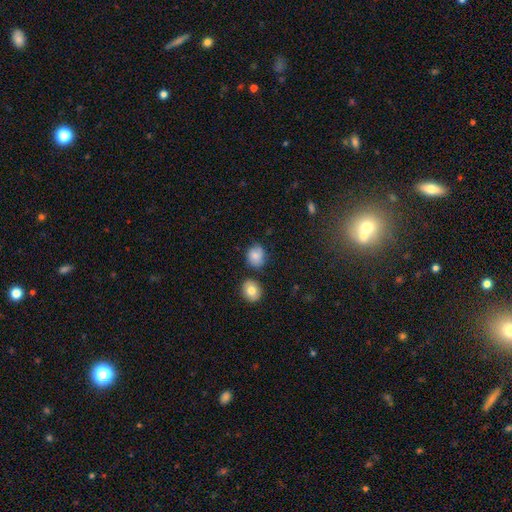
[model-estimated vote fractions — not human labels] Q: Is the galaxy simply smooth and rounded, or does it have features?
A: smooth — 81%.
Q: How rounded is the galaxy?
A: round — 68%.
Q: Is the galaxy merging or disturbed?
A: none — 70%.